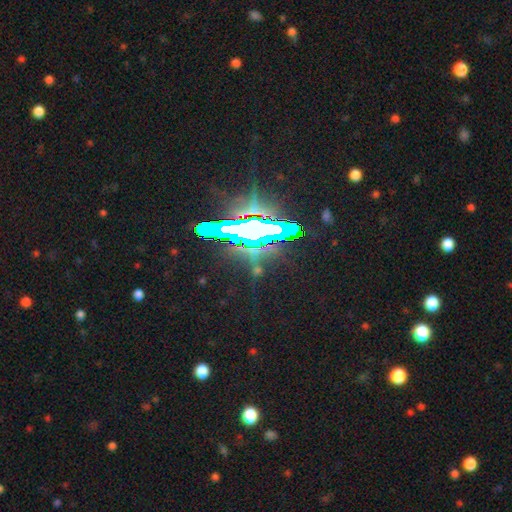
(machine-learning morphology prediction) Smooth or featured? star or artifact (64%)